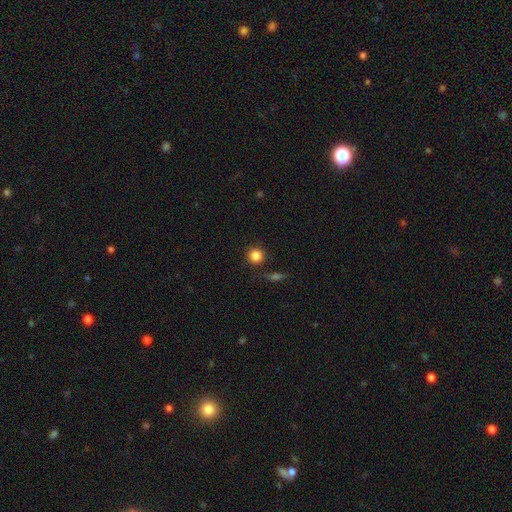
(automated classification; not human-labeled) A smooth galaxy with no disk features (85%) that is round (93%). Merging: none (86%).